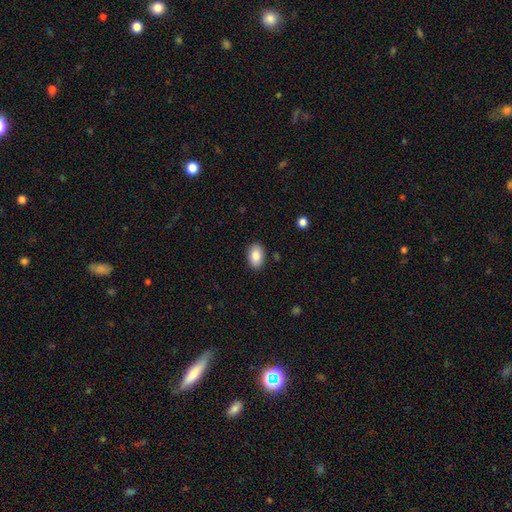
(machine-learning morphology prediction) Smooth or featured?
  - smooth: 85% *
  - featured or disk: 8%
  - star or artifact: 7%
How rounded?
  - in between: 89% *
  - round: 10%
  - cigar-shaped: 1%
Merging?
  - none: 88% *
  - minor disturbance: 9%
  - major disturbance: 2%
  - merger: 1%